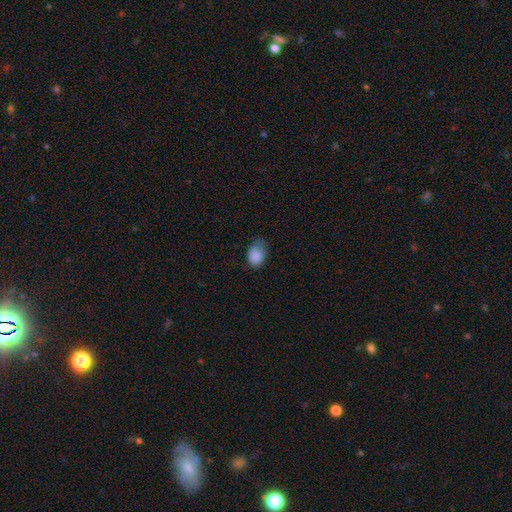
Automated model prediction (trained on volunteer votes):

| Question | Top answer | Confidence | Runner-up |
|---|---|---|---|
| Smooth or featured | smooth | 86% | star or artifact (9%) |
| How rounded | in between | 72% | round (27%) |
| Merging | none | 45% | minor disturbance (39%) |